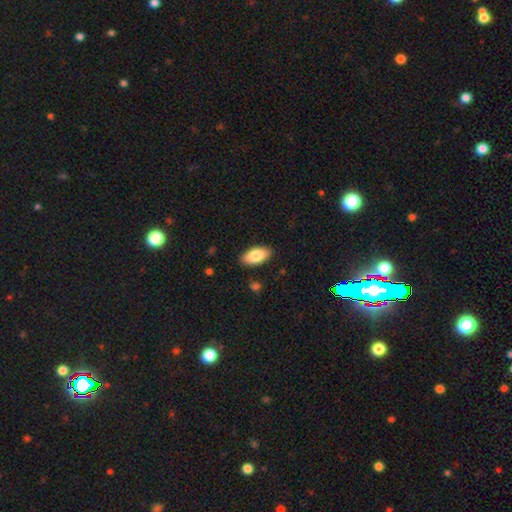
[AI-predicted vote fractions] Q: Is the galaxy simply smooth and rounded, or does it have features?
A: smooth — 82%.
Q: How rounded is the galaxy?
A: in between — 93%.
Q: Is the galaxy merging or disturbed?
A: none — 88%.